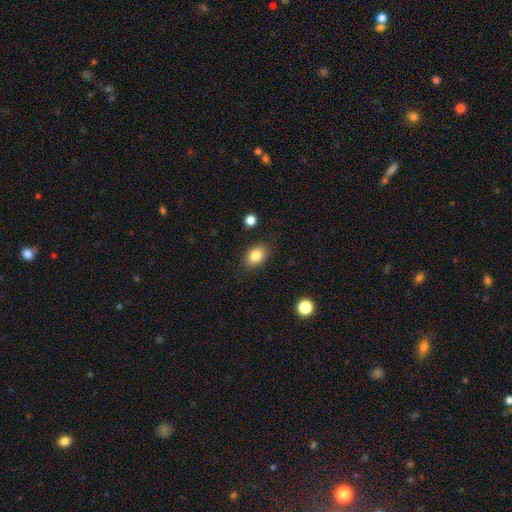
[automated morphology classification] Smooth or featured: smooth — 83% (star or artifact — 9%)
How rounded: in between — 70% (round — 29%)
Merging: none — 86% (minor disturbance — 10%)